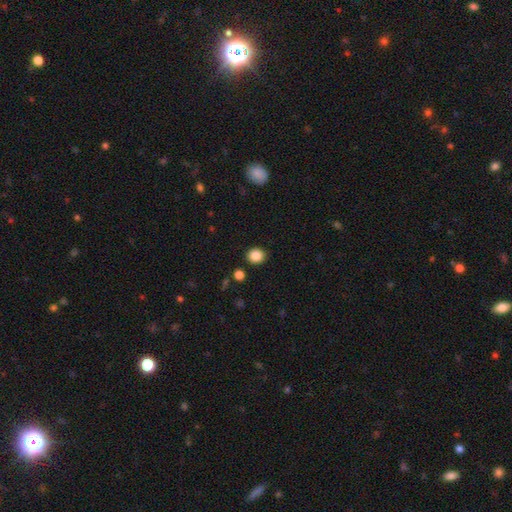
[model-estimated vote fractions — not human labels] Smooth or featured: smooth — 86% (star or artifact — 10%)
How rounded: round — 84% (in between — 15%)
Merging: none — 89% (minor disturbance — 6%)